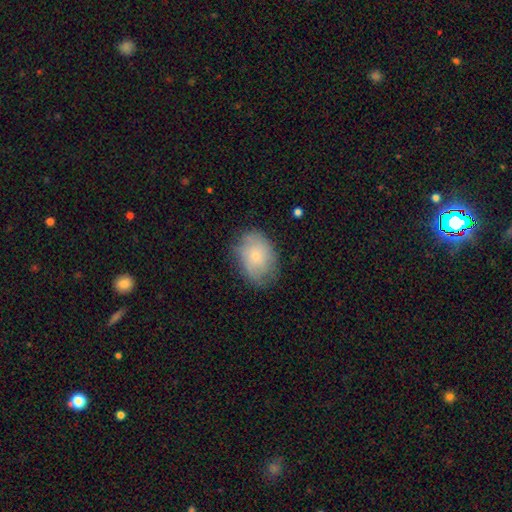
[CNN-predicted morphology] Q: Smooth or featured?
A: smooth (65%); runner-up: featured or disk (27%)
Q: How rounded?
A: in between (73%); runner-up: round (26%)
Q: Merging?
A: none (68%); runner-up: minor disturbance (24%)